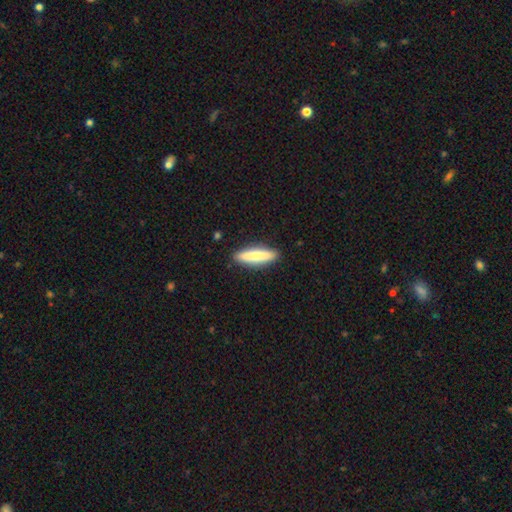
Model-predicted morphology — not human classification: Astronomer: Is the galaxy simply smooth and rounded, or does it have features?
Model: smooth — 75%.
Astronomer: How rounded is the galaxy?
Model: cigar-shaped — 81%.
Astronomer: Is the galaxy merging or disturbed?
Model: none — 90%.